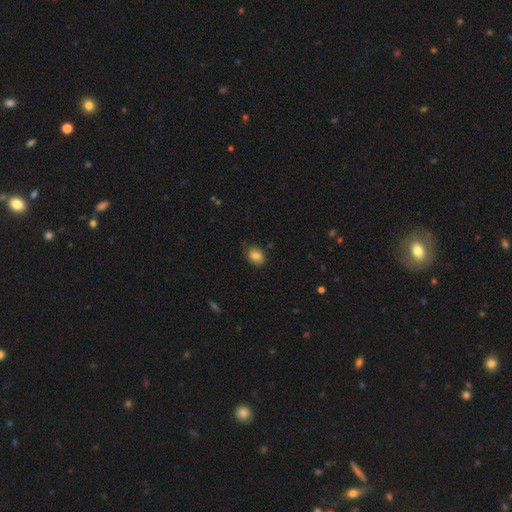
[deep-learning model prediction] The model was most divided on "how rounded": in between: 66%, round: 33%, cigar-shaped: 1%. More confident: smooth or featured — smooth (84%); merging — none (80%).